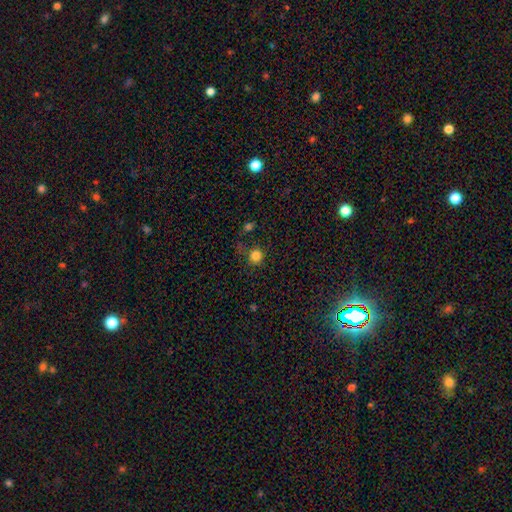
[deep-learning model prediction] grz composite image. It shows a smooth galaxy with no disk features (82%) that is round (92%). Merging: none (75%).